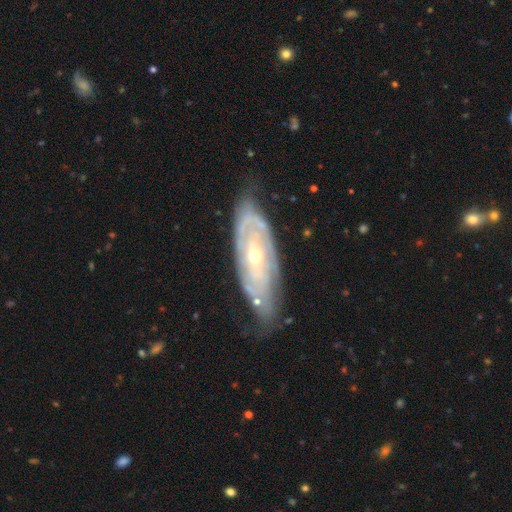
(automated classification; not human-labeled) A featured or disk galaxy (81%) with no bar (74%), tight (74%) spiral arms (83%) and a moderate central bulge (51%). Merging: none (65%).